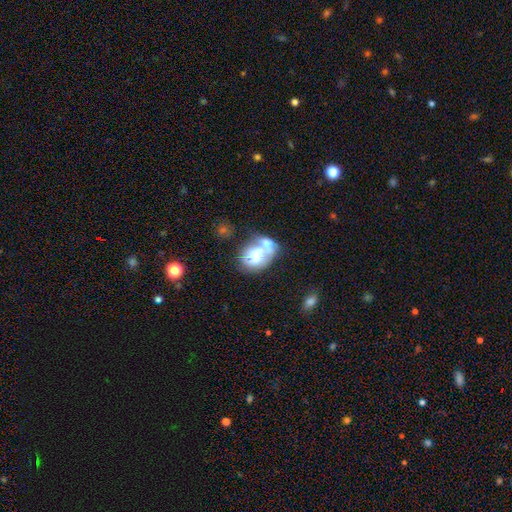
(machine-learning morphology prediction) Q: Smooth or featured?
A: smooth (59%); runner-up: featured or disk (32%)
Q: How rounded?
A: in between (57%); runner-up: round (42%)
Q: Merging?
A: merger (56%); runner-up: none (22%)